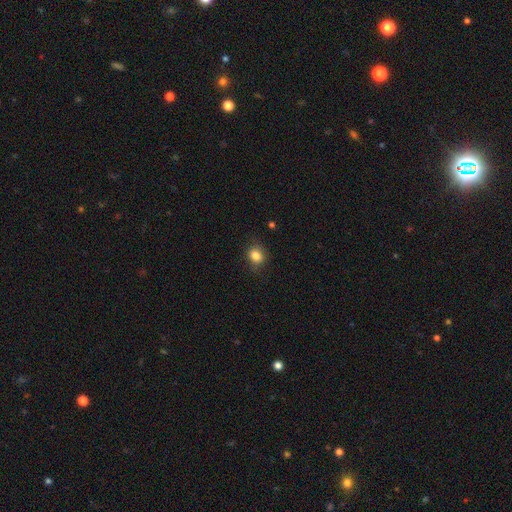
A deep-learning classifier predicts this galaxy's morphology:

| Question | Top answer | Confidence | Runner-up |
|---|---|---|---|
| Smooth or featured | smooth | 84% | star or artifact (10%) |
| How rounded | round | 58% | in between (41%) |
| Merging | none | 79% | minor disturbance (16%) |